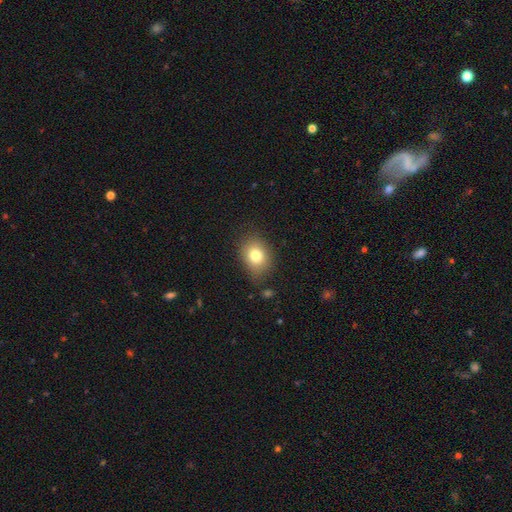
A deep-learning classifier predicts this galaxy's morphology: This appears to be a smooth galaxy with no disk features (78%) that is in between round and cigar-shaped (54%). Merging: none (77%).